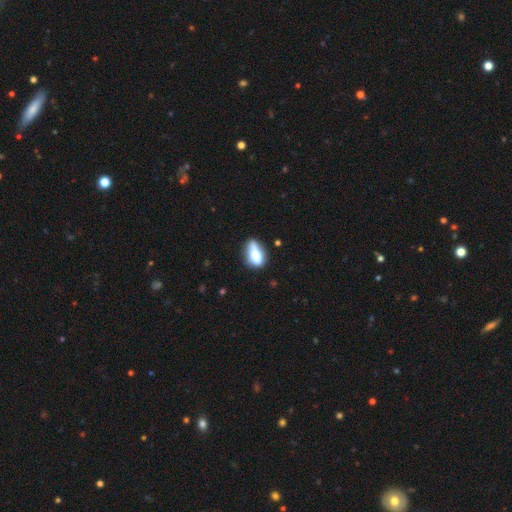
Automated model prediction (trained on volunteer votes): Q: Smooth or featured?
A: smooth (71%); runner-up: featured or disk (20%)
Q: How rounded?
A: in between (81%); runner-up: cigar-shaped (10%)
Q: Merging?
A: none (42%); runner-up: minor disturbance (32%)